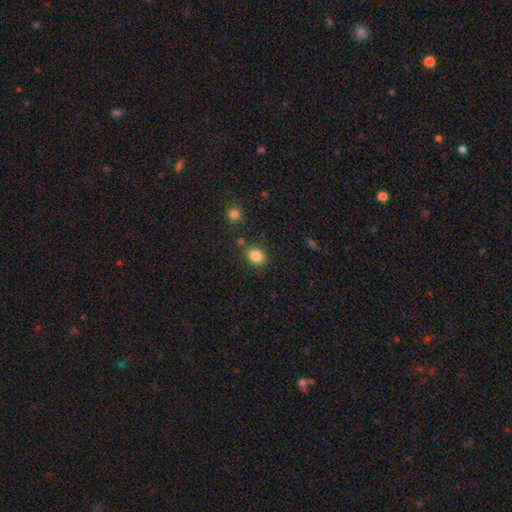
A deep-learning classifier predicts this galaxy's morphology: smooth-or-featured: smooth: 85% | star or artifact: 10% | featured or disk: 5%
  how-rounded: round: 59% | in between: 40% | cigar-shaped: 1%
  merging: none: 79% | minor disturbance: 11% | merger: 6% | major disturbance: 3%